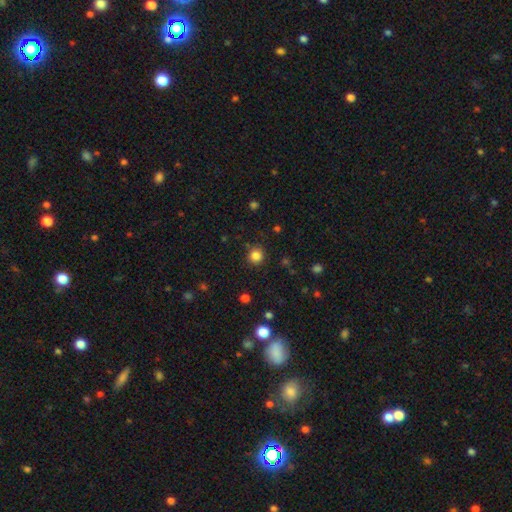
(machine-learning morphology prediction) Smooth or featured? Predicted: smooth (p=0.83). How rounded? Predicted: round (p=0.92). Merging? Predicted: none (p=0.86).